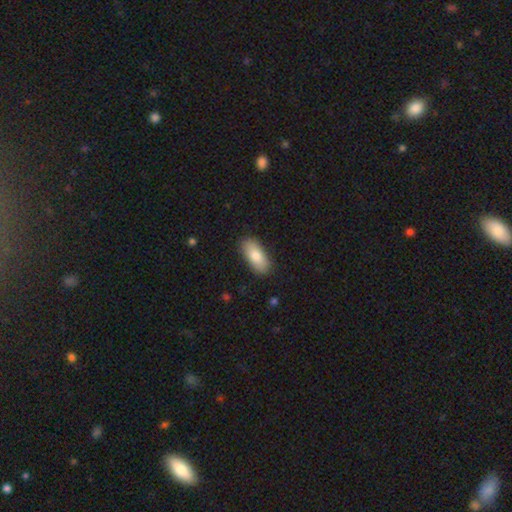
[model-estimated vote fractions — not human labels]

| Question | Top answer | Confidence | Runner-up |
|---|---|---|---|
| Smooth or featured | smooth | 82% | featured or disk (12%) |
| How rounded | in between | 86% | cigar-shaped (11%) |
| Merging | none | 87% | minor disturbance (10%) |